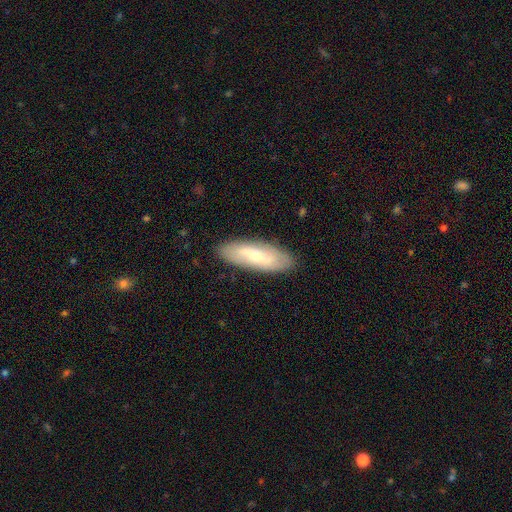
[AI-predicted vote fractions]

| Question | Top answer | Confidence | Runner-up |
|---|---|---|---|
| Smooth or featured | smooth | 49% | featured or disk (45%) |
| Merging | none | 87% | minor disturbance (9%) |